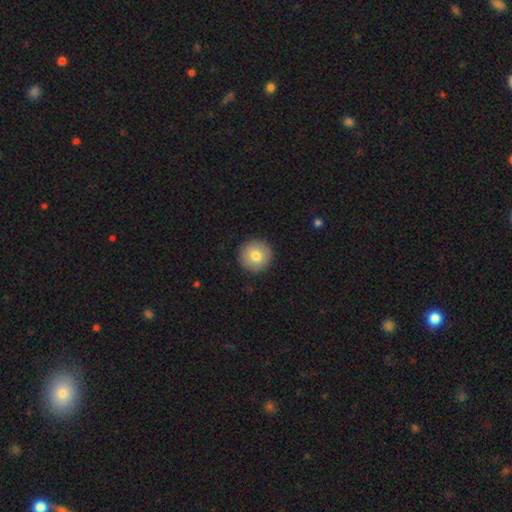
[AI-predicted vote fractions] smooth_or_featured: smooth (p=0.78) [alt: featured or disk p=0.14]
how_rounded: round (p=0.96) [alt: in between p=0.03]
merging: none (p=0.93) [alt: minor disturbance p=0.05]